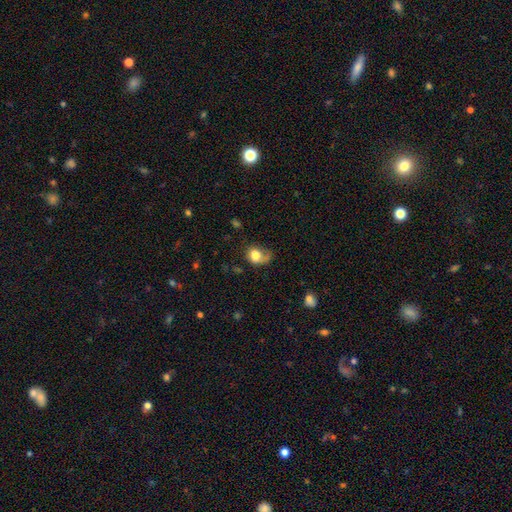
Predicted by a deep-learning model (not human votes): smooth-or-featured: smooth: 69% | featured or disk: 23% | star or artifact: 9%
  how-rounded: round: 51% | in between: 48% | cigar-shaped: 1%
  merging: none: 36% | major disturbance: 32% | minor disturbance: 28% | merger: 4%